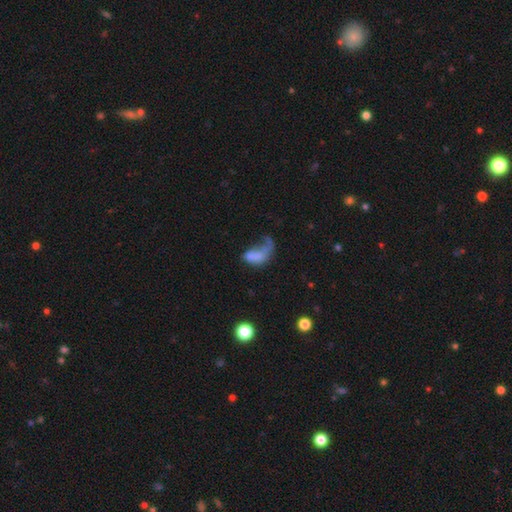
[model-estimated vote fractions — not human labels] Smooth or featured? smooth (60%)
How rounded? in between (88%)
Merging? major disturbance (54%)